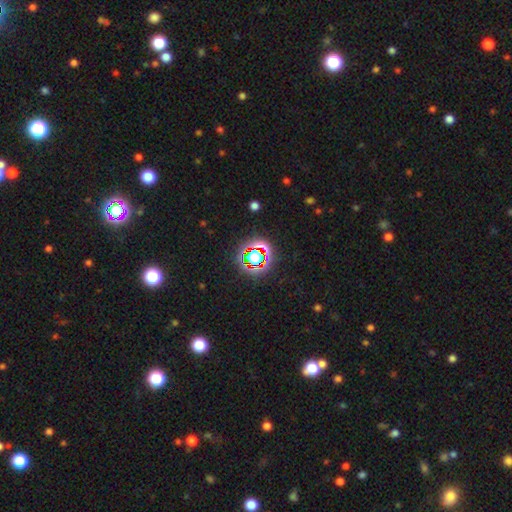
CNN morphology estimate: A star or artifact, not a galaxy (70%).